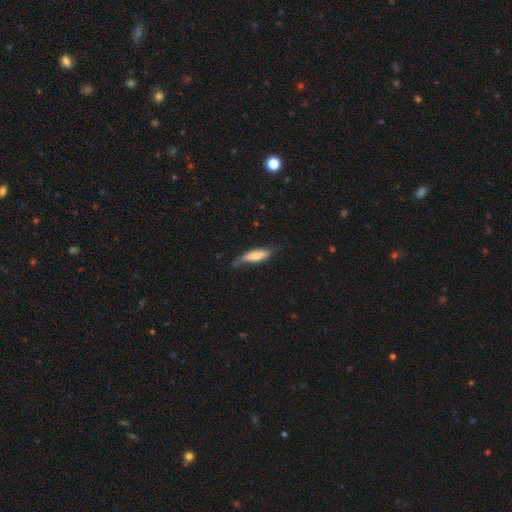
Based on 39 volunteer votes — Smooth or featured? 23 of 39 (59%) said smooth. How rounded? 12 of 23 (52%) said cigar-shaped. Merging? 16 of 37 (43%) said none.